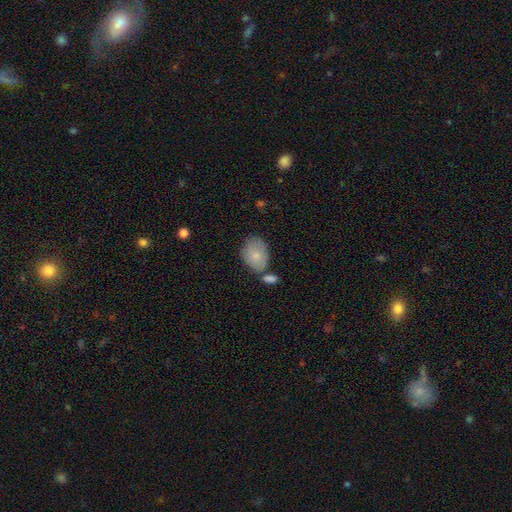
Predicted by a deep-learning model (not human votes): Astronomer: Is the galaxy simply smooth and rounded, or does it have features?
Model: smooth — 77%.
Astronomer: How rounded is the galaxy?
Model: in between — 73%.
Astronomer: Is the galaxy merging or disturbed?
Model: none — 52%.